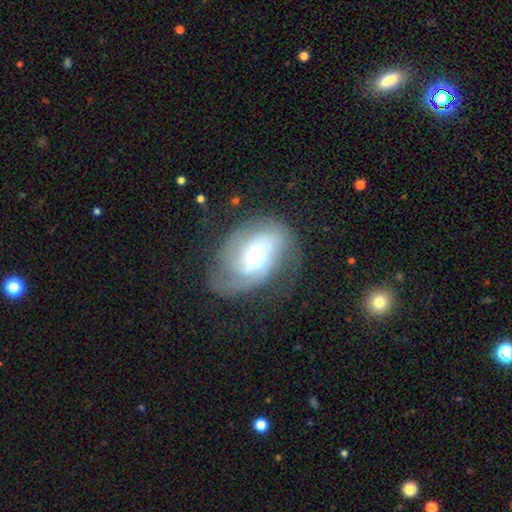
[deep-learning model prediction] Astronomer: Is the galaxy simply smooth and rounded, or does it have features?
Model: featured or disk — 78%.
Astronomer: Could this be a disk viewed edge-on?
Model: no — 97%.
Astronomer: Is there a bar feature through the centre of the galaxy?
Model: no — 56% (runner-up: weak, 33%).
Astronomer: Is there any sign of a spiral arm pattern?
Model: yes — 93%.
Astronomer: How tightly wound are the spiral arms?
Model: tight — 42% (runner-up: medium, 41%).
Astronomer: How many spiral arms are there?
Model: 2 — 52%.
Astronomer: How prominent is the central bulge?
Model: moderate — 44% (runner-up: small, 34%).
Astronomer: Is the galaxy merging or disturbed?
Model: none — 60%.